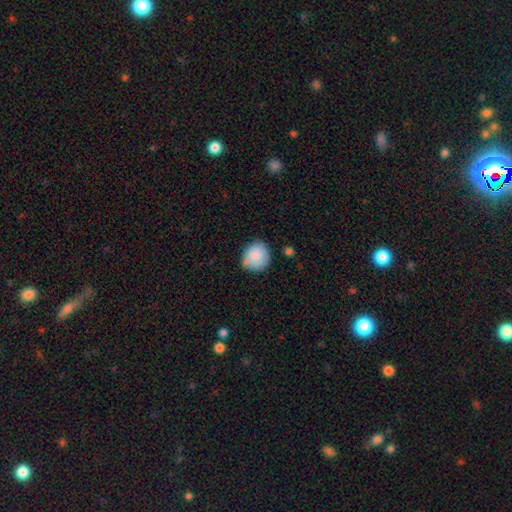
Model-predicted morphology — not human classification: Smooth or featured? Predicted: smooth (p=0.84). How rounded? Predicted: round (p=0.79). Merging? Predicted: none (p=0.63).